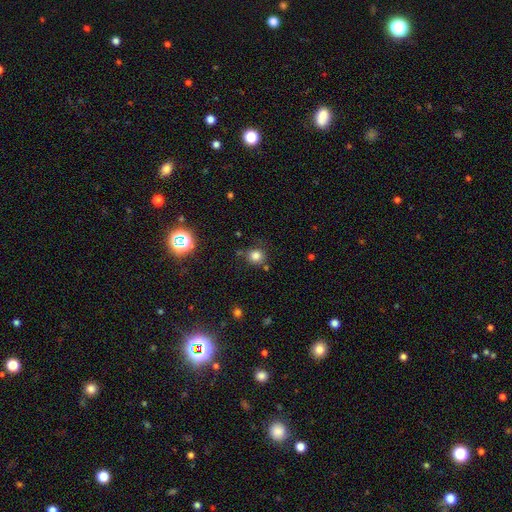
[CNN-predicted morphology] This is clearly a smooth galaxy (80%). How rounded: clearly round (88%). Merging: likely none (77%).